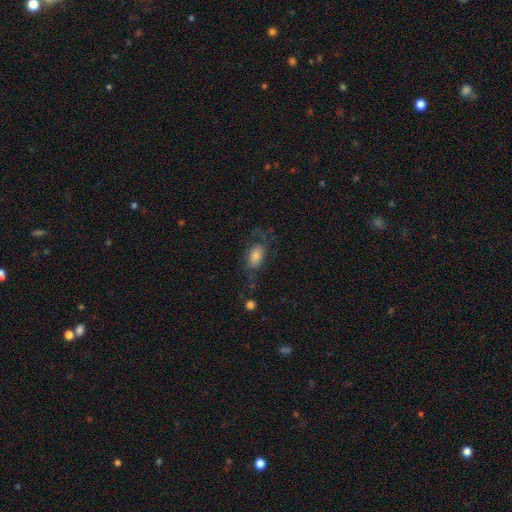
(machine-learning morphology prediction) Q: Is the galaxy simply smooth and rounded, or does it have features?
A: smooth — 50%.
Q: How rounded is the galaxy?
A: in between — 85%.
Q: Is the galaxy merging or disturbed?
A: none — 50%.